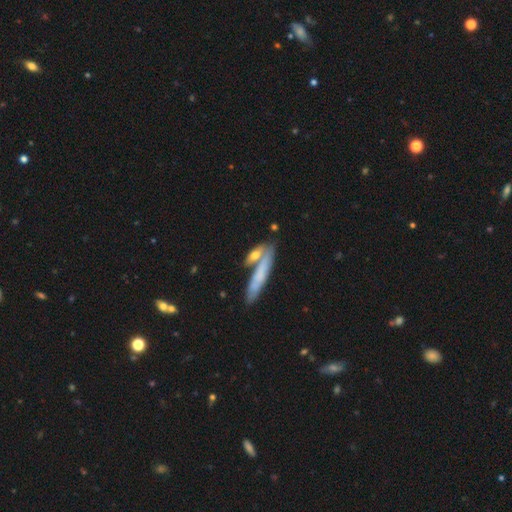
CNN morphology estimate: type=smooth (64%); roundness=cigar-shaped (61%); merging=none (52%).